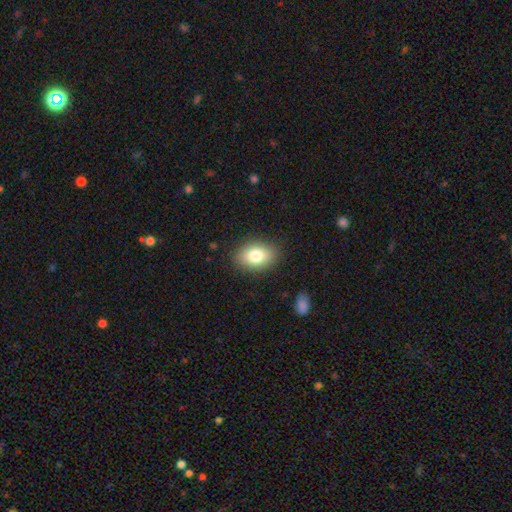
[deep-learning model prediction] Smooth or featured? Predicted: smooth (p=0.81). How rounded? Predicted: in between (p=0.83). Merging? Predicted: none (p=0.87).